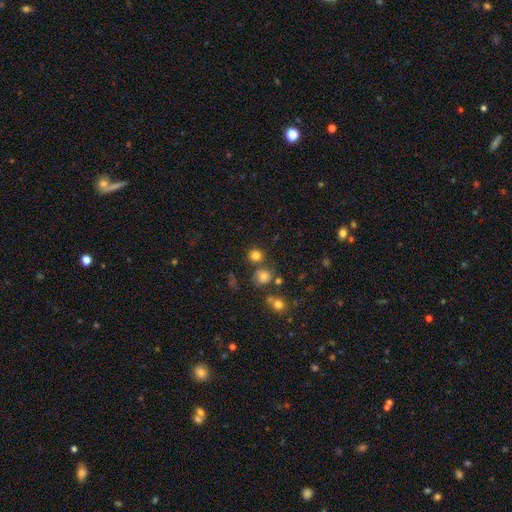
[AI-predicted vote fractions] Overall: smooth (79%). How rounded: round (87%). Merging: none (72%).